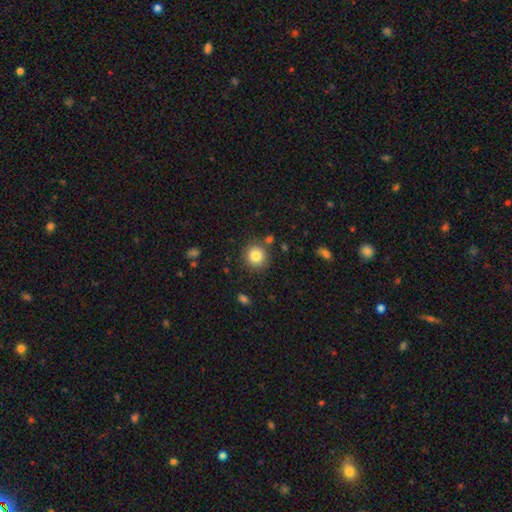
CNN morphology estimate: The model was most divided on "smooth or featured": smooth: 84%, star or artifact: 10%, featured or disk: 6%. More confident: how rounded — round (92%); merging — none (85%).